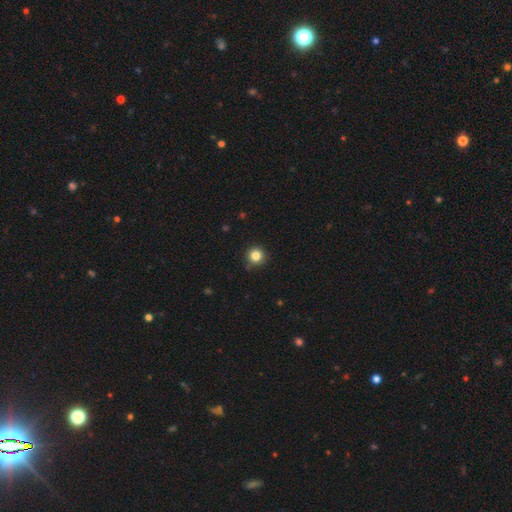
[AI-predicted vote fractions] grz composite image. It shows a smooth galaxy with no disk features (83%) that is round (95%). Merging: none (87%).